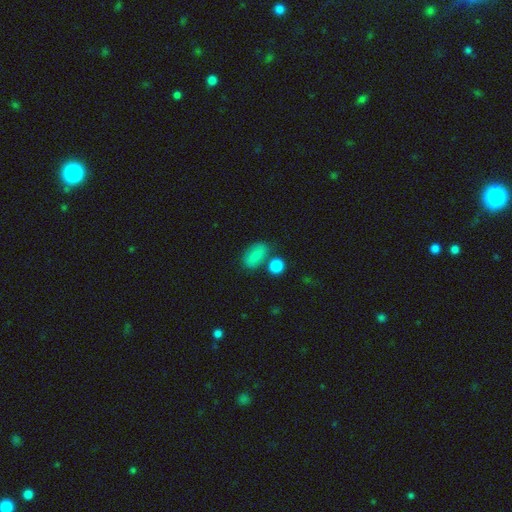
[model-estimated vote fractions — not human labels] Smooth or featured? Predicted: smooth (p=0.81). How rounded? Predicted: in between (p=0.86). Merging? Predicted: none (p=0.61).